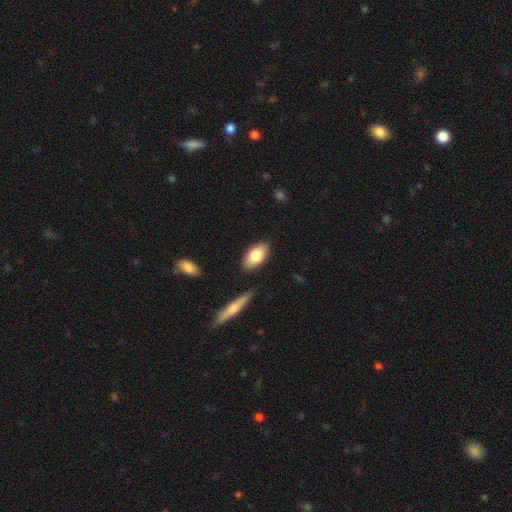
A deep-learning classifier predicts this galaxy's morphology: A smooth galaxy with no disk features (79%) that is in between round and cigar-shaped (92%).

Vote fractions:
- Smooth or featured? smooth: 79% / featured or disk: 14% / star or artifact: 6%
- How rounded? in between: 92% / cigar-shaped: 5% / round: 3%
- Merging? none: 84% / minor disturbance: 11% / merger: 3% / major disturbance: 2%